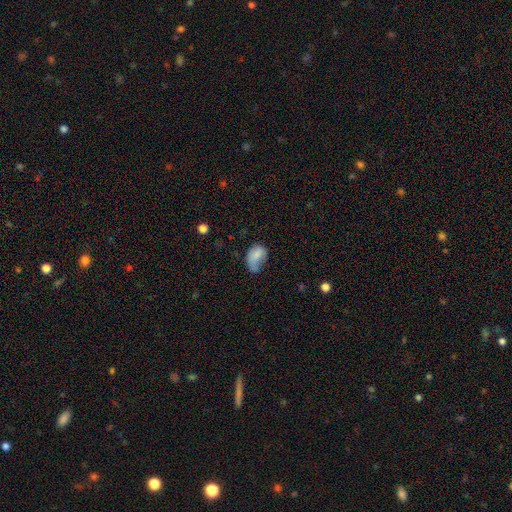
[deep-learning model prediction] This is likely a smooth galaxy (74%). How rounded: clearly in between (83%). Merging: marginally minor disturbance (36%).